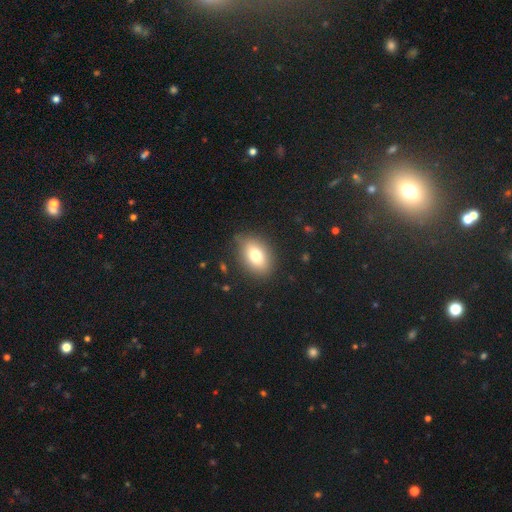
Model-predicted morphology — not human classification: A smooth galaxy with no disk features (75%) that is in between round and cigar-shaped (81%). Merging: none (81%).